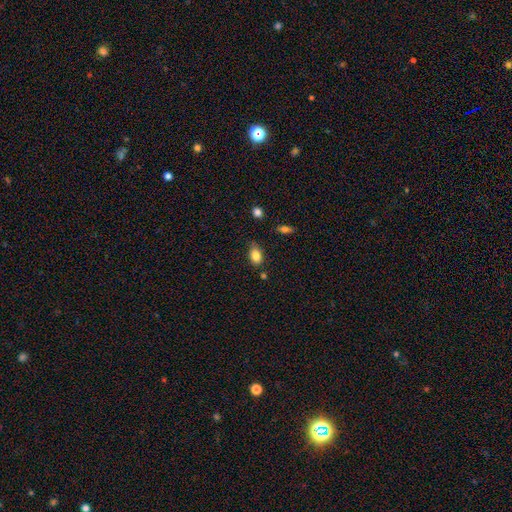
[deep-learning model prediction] A smooth galaxy with no disk features (83%) that is in between round and cigar-shaped (85%).

Vote fractions:
- Smooth or featured? smooth: 83% / star or artifact: 9% / featured or disk: 8%
- How rounded? in between: 85% / round: 13% / cigar-shaped: 2%
- Merging? none: 74% / minor disturbance: 19% / merger: 4% / major disturbance: 3%